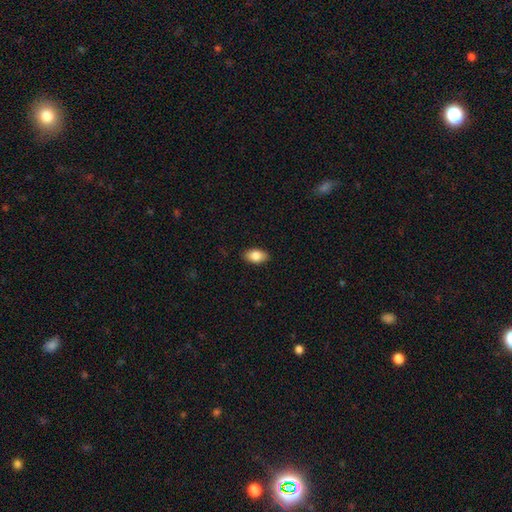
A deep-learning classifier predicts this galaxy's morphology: Smooth or featured? smooth (84%)
How rounded? in between (92%)
Merging? none (88%)